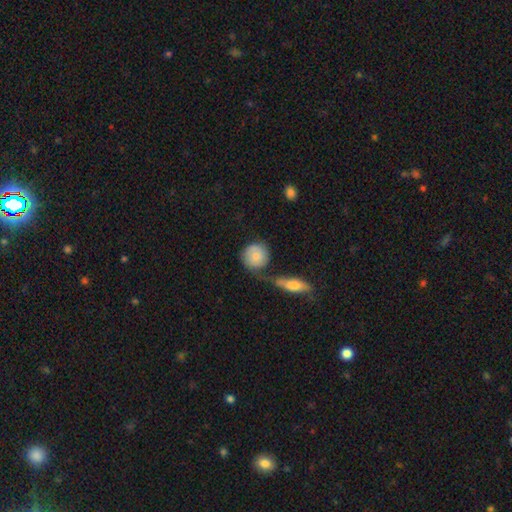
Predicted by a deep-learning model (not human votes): smooth-or-featured: smooth: 73% | featured or disk: 21% | star or artifact: 6%
  how-rounded: round: 86% | in between: 12% | cigar-shaped: 2%
  merging: none: 51% | merger: 25% | minor disturbance: 16% | major disturbance: 8%